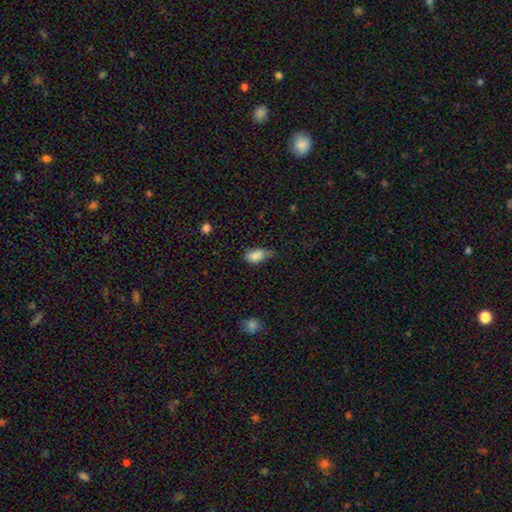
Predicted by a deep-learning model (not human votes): smooth-or-featured: smooth: 83% | featured or disk: 8% | star or artifact: 8%
  how-rounded: in between: 89% | round: 9% | cigar-shaped: 2%
  merging: none: 44% | minor disturbance: 42% | major disturbance: 11% | merger: 3%